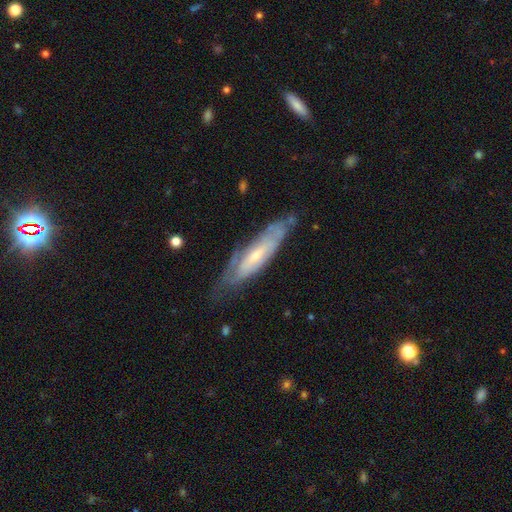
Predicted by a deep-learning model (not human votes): A featured or disk galaxy (66%). Merging: none (62%).